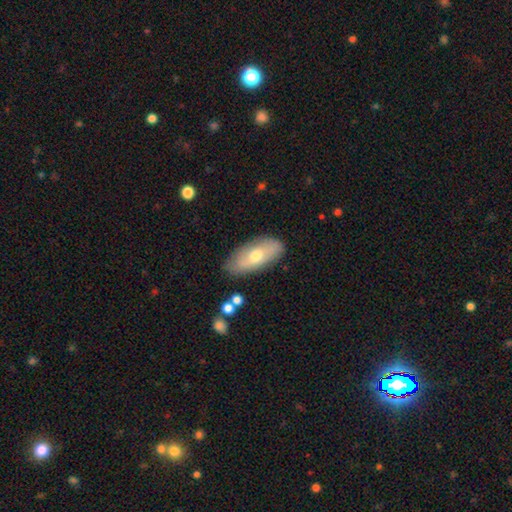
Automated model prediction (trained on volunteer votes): Smooth or featured?
  - smooth: 55% *
  - featured or disk: 38%
  - star or artifact: 7%
How rounded?
  - in between: 85% *
  - cigar-shaped: 11%
  - round: 3%
Merging?
  - none: 81% *
  - minor disturbance: 14%
  - major disturbance: 3%
  - merger: 2%